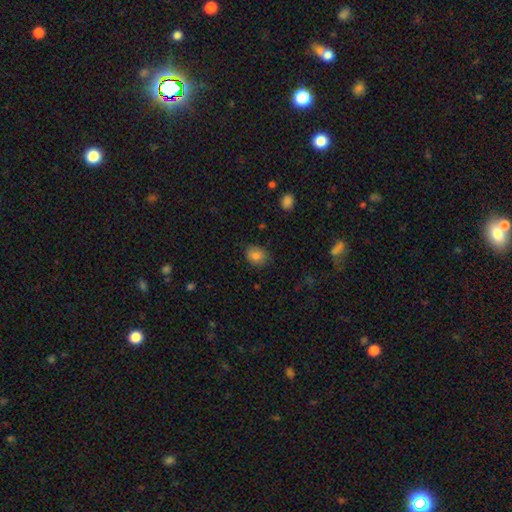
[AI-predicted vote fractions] Overall: smooth (83%). How rounded: round (53%; in between 46%). Merging: none (79%).